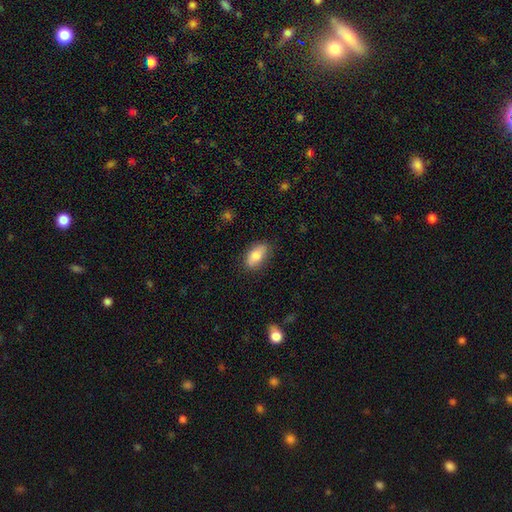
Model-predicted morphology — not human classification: smooth-or-featured: smooth: 81% | featured or disk: 12% | star or artifact: 7%
  how-rounded: in between: 89% | cigar-shaped: 7% | round: 4%
  merging: none: 83% | minor disturbance: 13% | major disturbance: 3% | merger: 1%